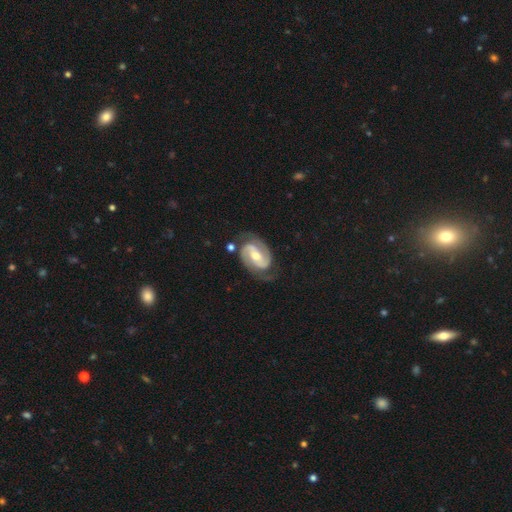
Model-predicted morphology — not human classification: smooth_or_featured: featured or disk (p=0.90) [alt: smooth p=0.05]
disk_edge_on: no (p=0.98) [alt: yes p=0.02]
bar: strong (p=0.41) [alt: weak p=0.38]
has_spiral_arms: yes (p=0.98) [alt: no p=0.02]
spiral_winding: medium (p=0.48) [alt: tight p=0.42]
spiral_arm_count: 2 (p=0.93) [alt: can't tell p=0.02]
bulge_size: moderate (p=0.63) [alt: small p=0.31]
merging: none (p=0.77) [alt: minor disturbance p=0.15]